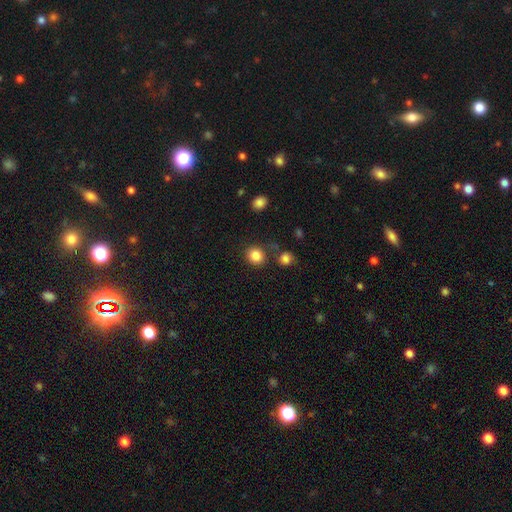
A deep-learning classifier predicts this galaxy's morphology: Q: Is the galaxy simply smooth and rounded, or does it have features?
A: smooth — 85%.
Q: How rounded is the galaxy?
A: round — 81%.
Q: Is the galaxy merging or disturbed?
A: none — 77%.